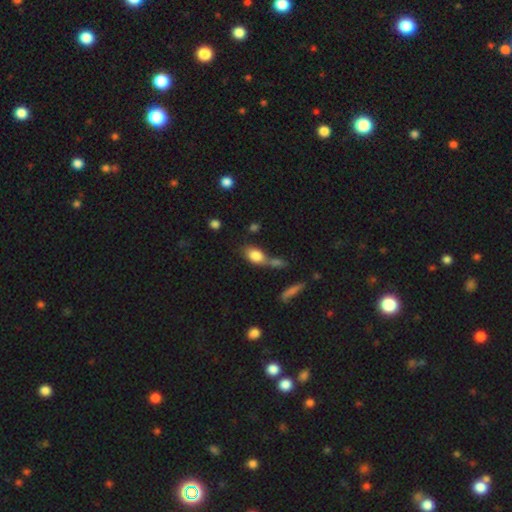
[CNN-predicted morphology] smooth 81%, featured or disk 11%, star or artifact 9%. Down the decision tree: how rounded — in between (84%); merging — merger (41%).